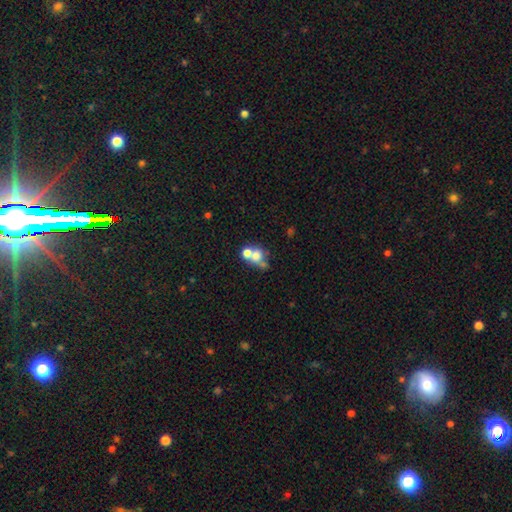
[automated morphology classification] Smooth or featured: smooth — 62% (featured or disk — 23%)
How rounded: round — 65% (in between — 34%)
Merging: merger — 57% (none — 28%)